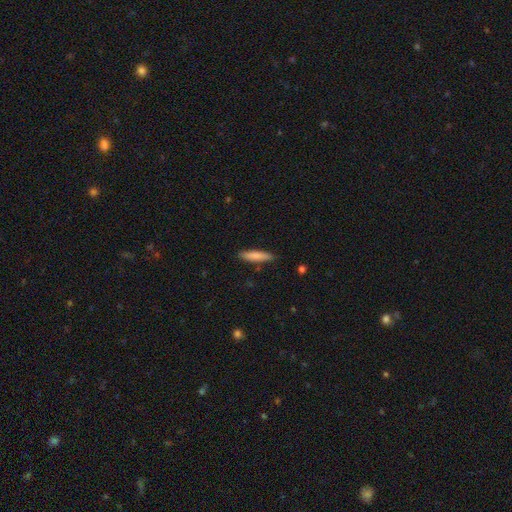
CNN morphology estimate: smooth-or-featured: smooth: 80% | featured or disk: 14% | star or artifact: 6%
  how-rounded: cigar-shaped: 84% | in between: 15% | round: 1%
  merging: none: 87% | minor disturbance: 10% | major disturbance: 2% | merger: 2%